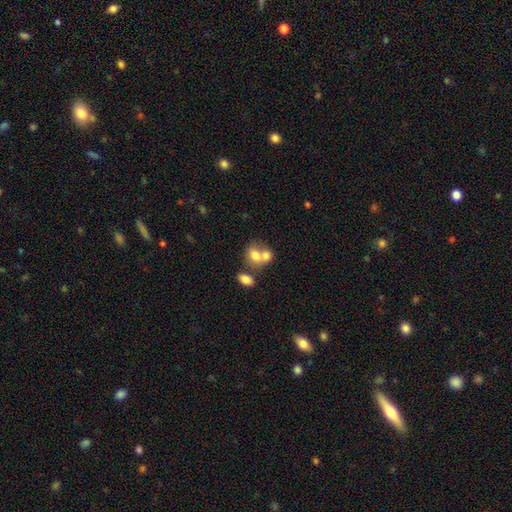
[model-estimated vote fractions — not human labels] Smooth or featured? Predicted: smooth (p=0.72). How rounded? Predicted: in between (p=0.51). Merging? Predicted: merger (p=0.61).